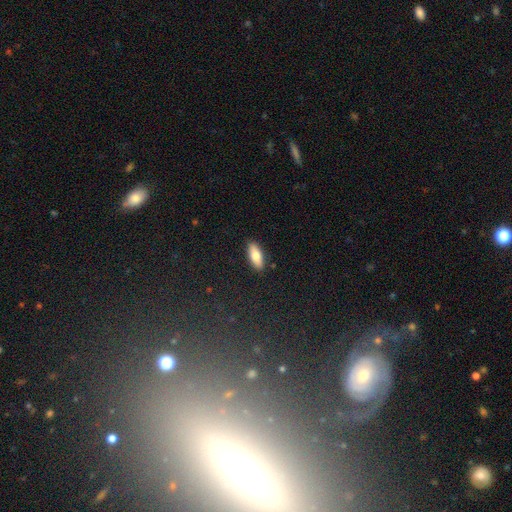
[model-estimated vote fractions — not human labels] This is likely a smooth galaxy (79%). How rounded: likely in between (75%). Merging: clearly none (89%).